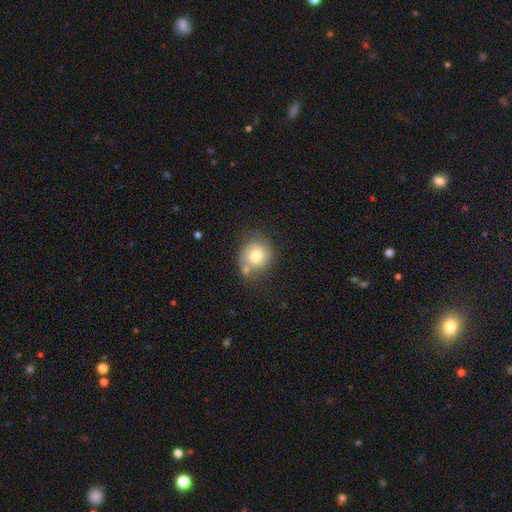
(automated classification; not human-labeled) Smooth or featured? Predicted: smooth (p=0.66). How rounded? Predicted: round (p=0.80). Merging? Predicted: none (p=0.53).